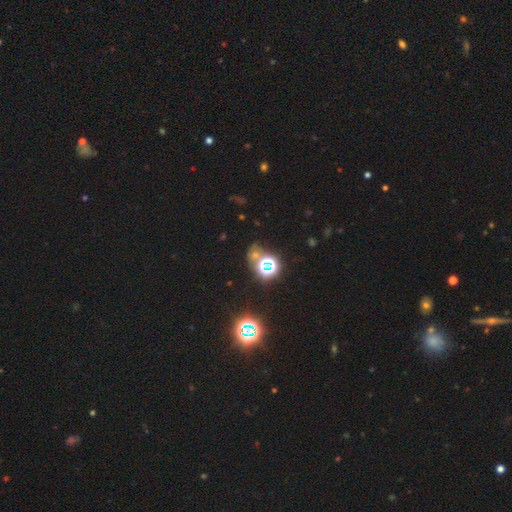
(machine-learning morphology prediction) type=star or artifact (63%).